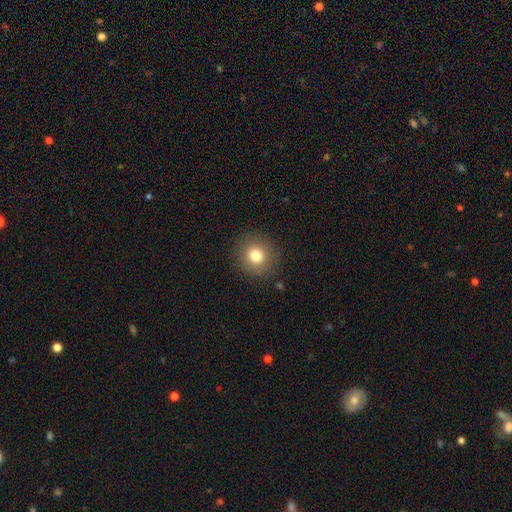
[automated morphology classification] Smooth or featured: smooth — 79% (star or artifact — 12%)
How rounded: round — 88% (in between — 11%)
Merging: none — 89% (minor disturbance — 7%)